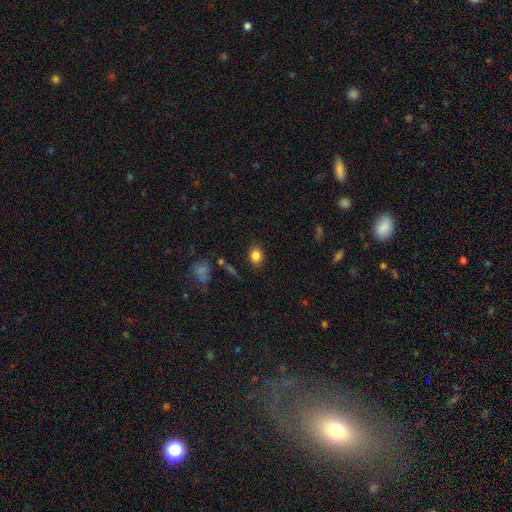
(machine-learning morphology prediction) smooth 84%, star or artifact 10%, featured or disk 6%. Down the decision tree: how rounded — in between (57%); merging — none (85%).